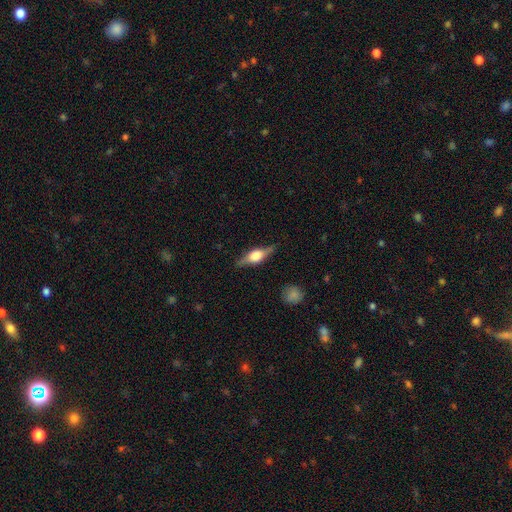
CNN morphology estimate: type=featured or disk (67%); edge-on=yes (95%); edge-on bulge=rounded (87%); merging=none (84%).